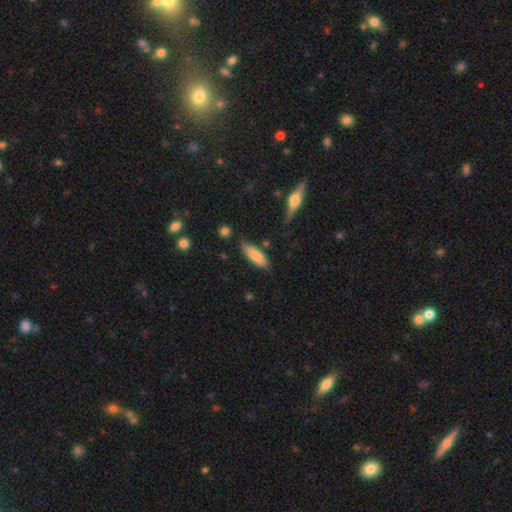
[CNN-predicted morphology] type=smooth (79%); roundness=in between (54%); merging=none (73%).